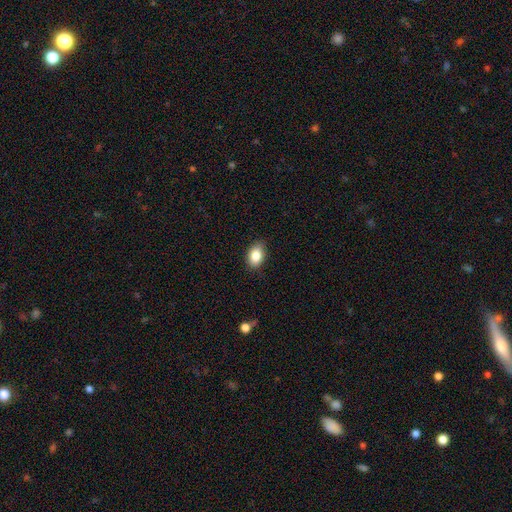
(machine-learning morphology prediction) smooth 85%, star or artifact 8%, featured or disk 7%. Down the decision tree: how rounded — in between (86%); merging — none (85%).